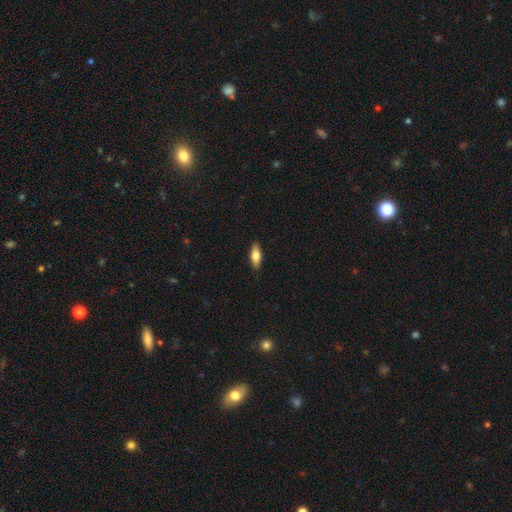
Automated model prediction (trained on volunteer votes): Overall: smooth (72%). How rounded: in between (69%; cigar-shaped 29%). Merging: none (88%).